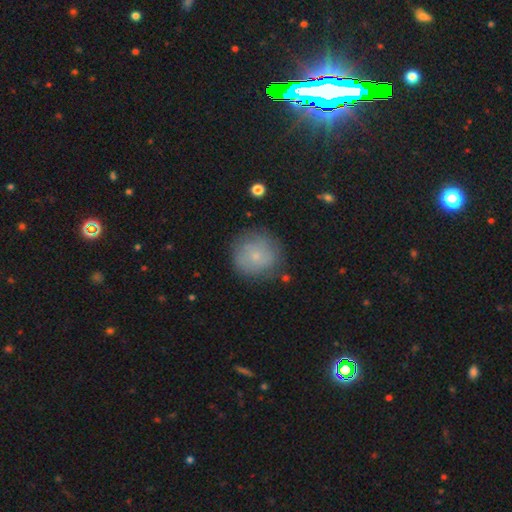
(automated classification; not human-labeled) smooth_or_featured: smooth (p=0.68) [alt: featured or disk p=0.23]
how_rounded: round (p=0.93) [alt: in between p=0.06]
merging: none (p=0.77) [alt: minor disturbance p=0.16]